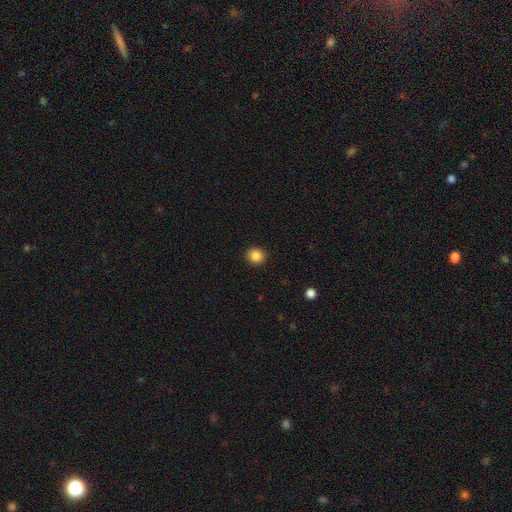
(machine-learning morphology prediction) A smooth galaxy with no disk features (87%) that is round (77%). Merging: none (91%).